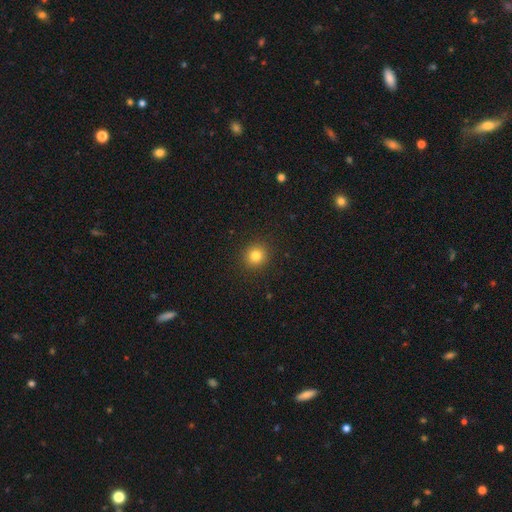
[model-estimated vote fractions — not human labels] This is clearly a smooth galaxy (81%). How rounded: clearly round (90%). Merging: clearly none (92%).